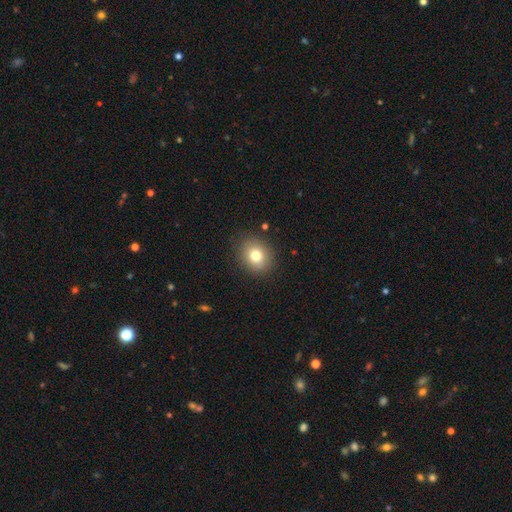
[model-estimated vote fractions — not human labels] Smooth or featured? Predicted: smooth (p=0.78). How rounded? Predicted: round (p=0.70). Merging? Predicted: none (p=0.87).